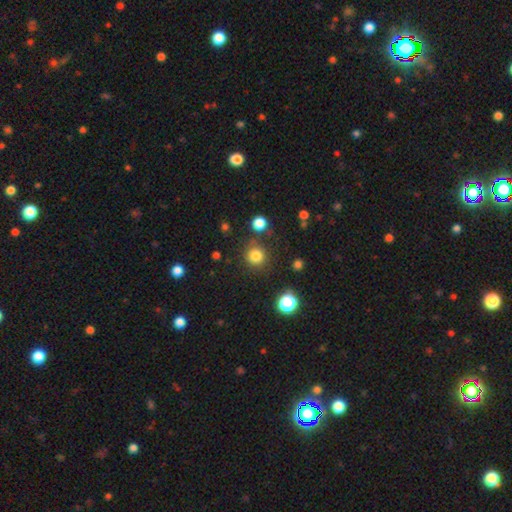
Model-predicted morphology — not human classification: type=smooth (81%); roundness=round (93%); merging=none (83%).